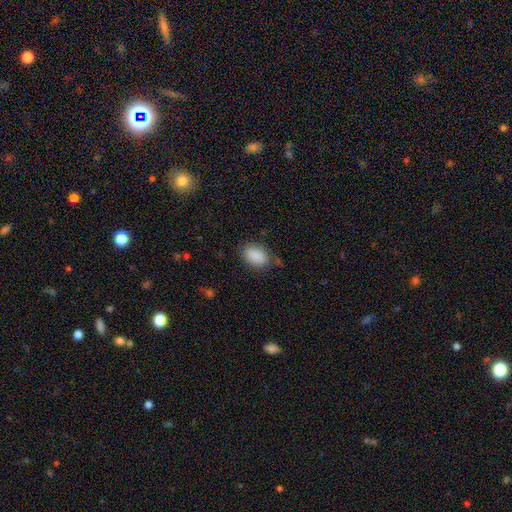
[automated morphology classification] The model was most divided on "merging": none: 76%, minor disturbance: 17%, major disturbance: 5%, merger: 3%. More confident: smooth or featured — smooth (88%); how rounded — in between (84%).